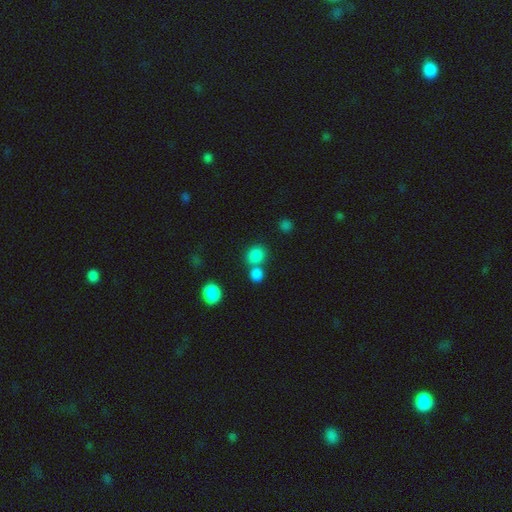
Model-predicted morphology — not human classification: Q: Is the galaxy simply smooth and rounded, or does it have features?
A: smooth — 83%.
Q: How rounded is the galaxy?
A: round — 74%.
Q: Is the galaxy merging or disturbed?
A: none — 55%.